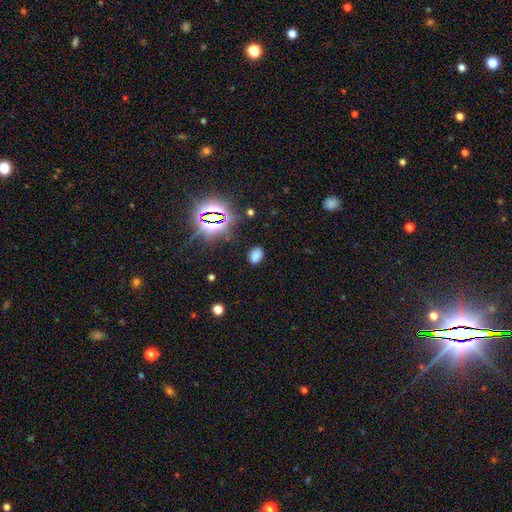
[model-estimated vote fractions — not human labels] Smooth or featured? Predicted: smooth (p=0.66). How rounded? Predicted: in between (p=0.79). Merging? Predicted: none (p=0.82).